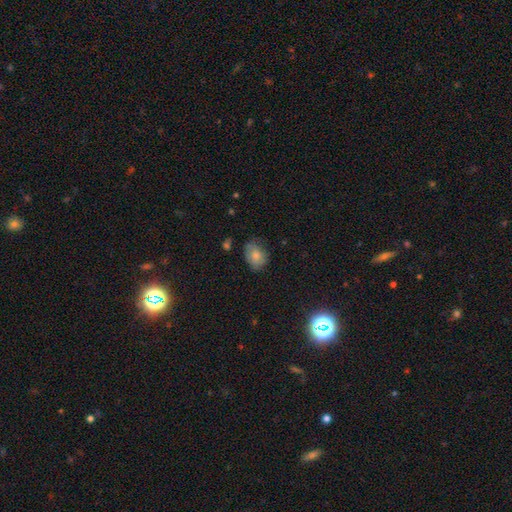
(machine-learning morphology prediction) Q: Smooth or featured?
A: smooth (75%); runner-up: featured or disk (16%)
Q: How rounded?
A: in between (70%); runner-up: round (29%)
Q: Merging?
A: none (61%); runner-up: minor disturbance (29%)